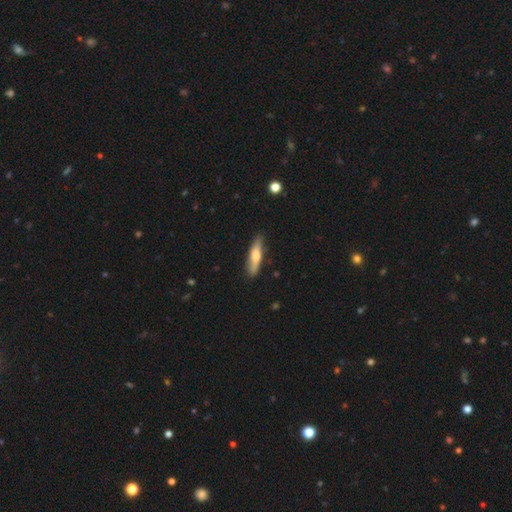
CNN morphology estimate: Smooth or featured? smooth (59%)
How rounded? cigar-shaped (78%)
Merging? none (82%)